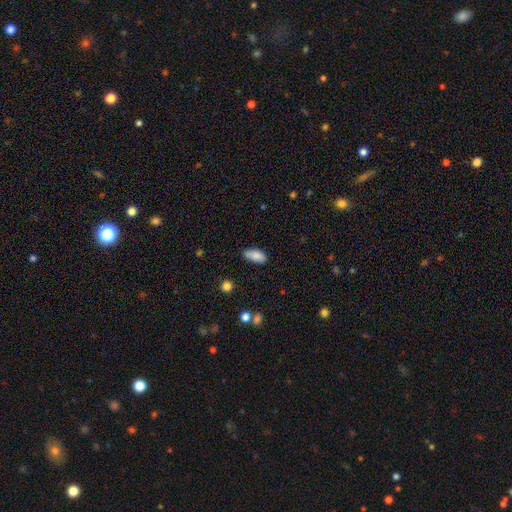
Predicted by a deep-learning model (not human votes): A smooth galaxy with no disk features (85%) that is in between round and cigar-shaped (90%). Merging: none (75%).